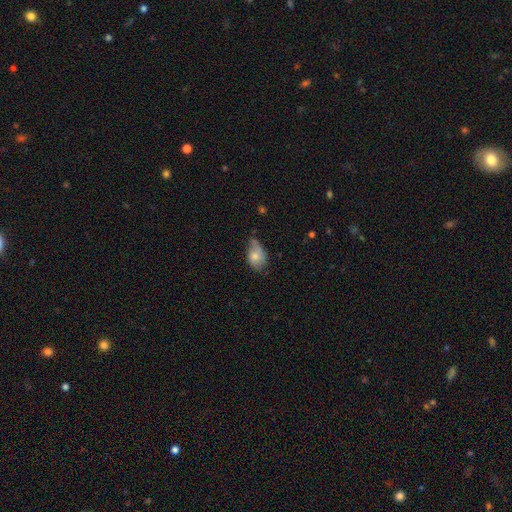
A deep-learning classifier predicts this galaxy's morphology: Smooth or featured? Predicted: smooth (p=0.71). How rounded? Predicted: in between (p=0.83). Merging? Predicted: minor disturbance (p=0.43).